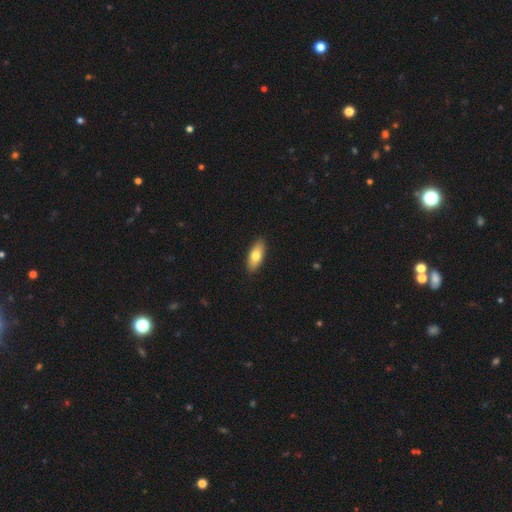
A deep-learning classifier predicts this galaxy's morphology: Smooth or featured? Predicted: smooth (p=0.77). How rounded? Predicted: in between (p=0.82). Merging? Predicted: none (p=0.90).